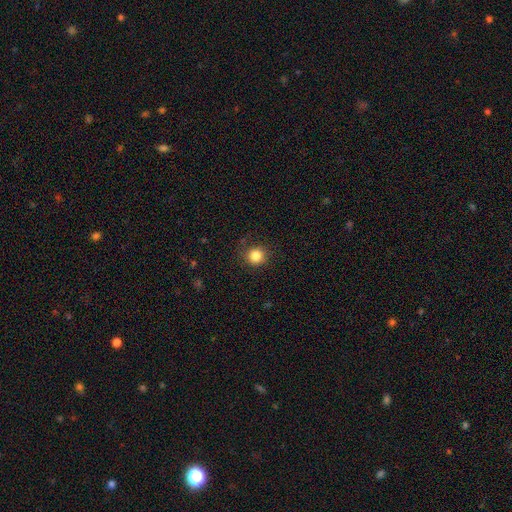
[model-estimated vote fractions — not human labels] This appears to be a smooth galaxy with no disk features (84%) that is round (92%). Merging: none (84%).